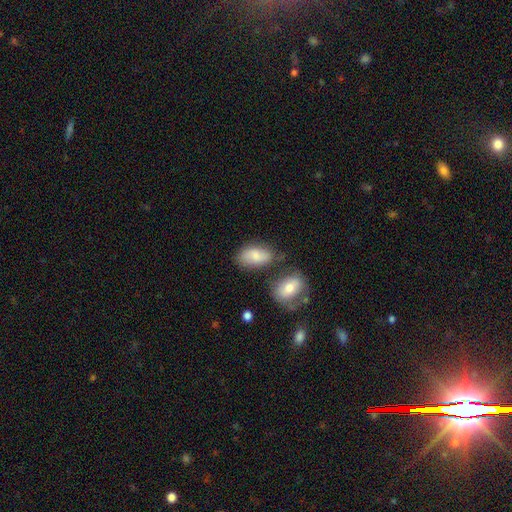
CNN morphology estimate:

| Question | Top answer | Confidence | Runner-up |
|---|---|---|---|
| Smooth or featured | smooth | 76% | featured or disk (16%) |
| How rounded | in between | 92% | round (5%) |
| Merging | none | 61% | minor disturbance (21%) |